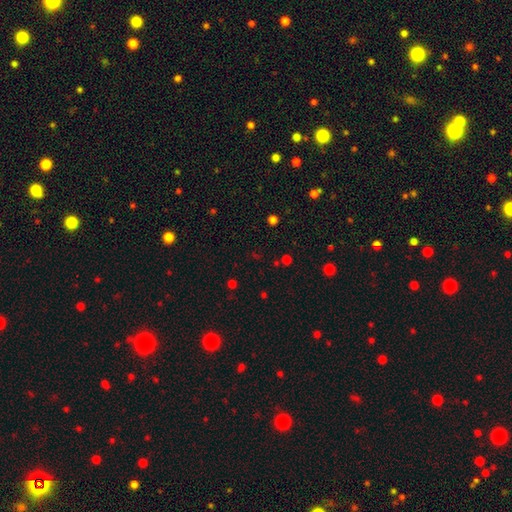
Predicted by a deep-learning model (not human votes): Q: Smooth or featured?
A: star or artifact (55%); runner-up: smooth (38%)